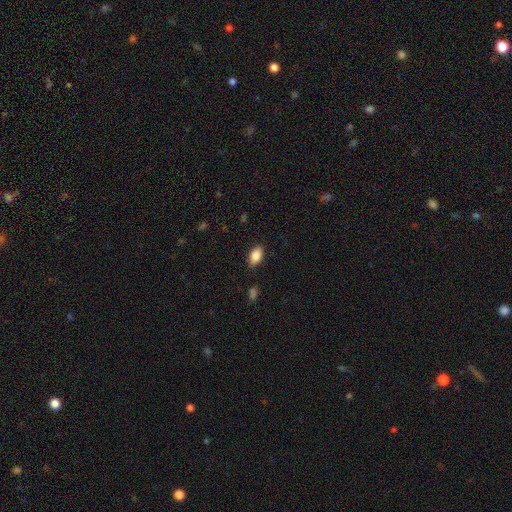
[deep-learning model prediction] Smooth or featured? smooth (86%)
How rounded? in between (91%)
Merging? none (86%)